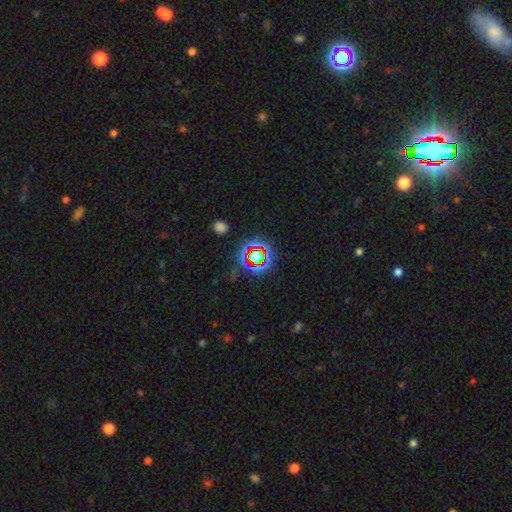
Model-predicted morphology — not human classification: Smooth or featured: star or artifact — 70% (smooth — 18%)